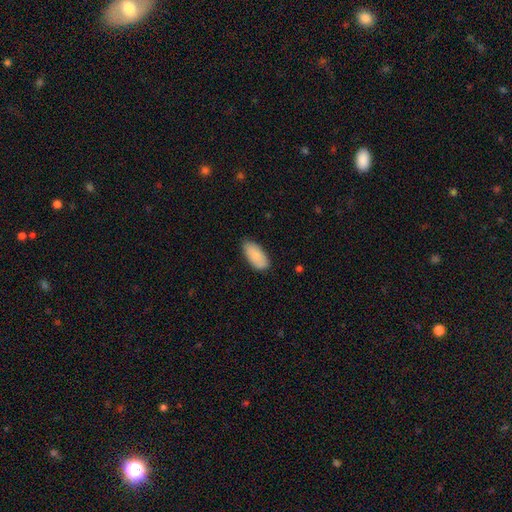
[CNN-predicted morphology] This appears to be a smooth galaxy with no disk features (86%) that is in between round and cigar-shaped (93%). Merging: none (82%).